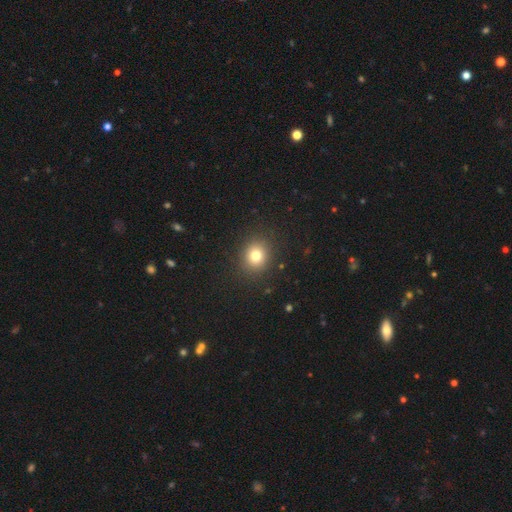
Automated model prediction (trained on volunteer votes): Smooth or featured? Predicted: smooth (p=0.78). How rounded? Predicted: round (p=0.78). Merging? Predicted: none (p=0.89).